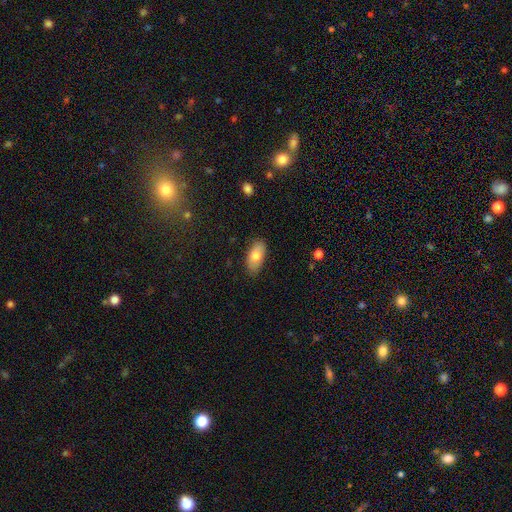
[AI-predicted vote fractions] Morphology: type=smooth (79%); roundness=in between (91%); merging=none (84%).